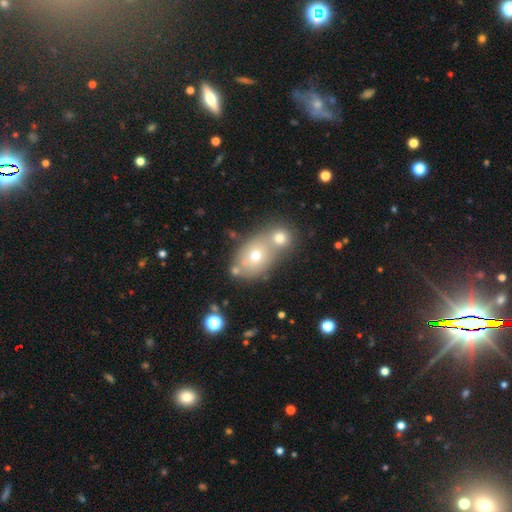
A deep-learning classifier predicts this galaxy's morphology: The model was most divided on "how rounded": in between: 55%, round: 44%, cigar-shaped: 1%. Remaining: smooth or featured — smooth (62%); merging — merger (50%).